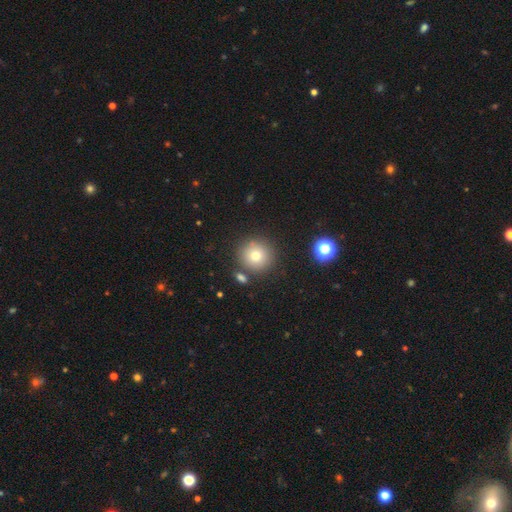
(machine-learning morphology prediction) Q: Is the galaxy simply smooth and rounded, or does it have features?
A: smooth — 75%.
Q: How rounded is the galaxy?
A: round — 94%.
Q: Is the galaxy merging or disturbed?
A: none — 82%.